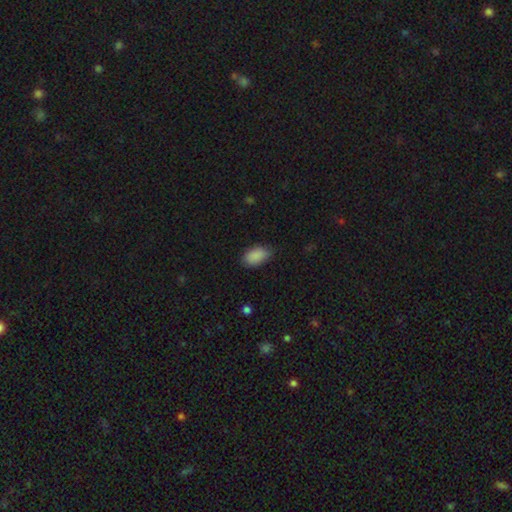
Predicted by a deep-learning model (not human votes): Overall: smooth (89%). How rounded: in between (92%). Merging: none (73%).